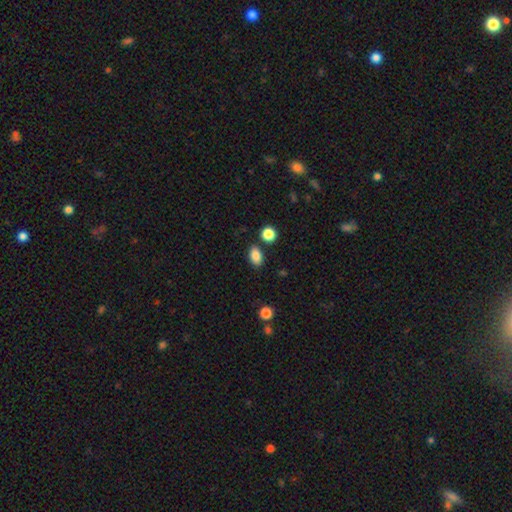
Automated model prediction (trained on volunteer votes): Q: Smooth or featured?
A: smooth (86%); runner-up: star or artifact (9%)
Q: How rounded?
A: in between (86%); runner-up: round (12%)
Q: Merging?
A: none (82%); runner-up: minor disturbance (10%)